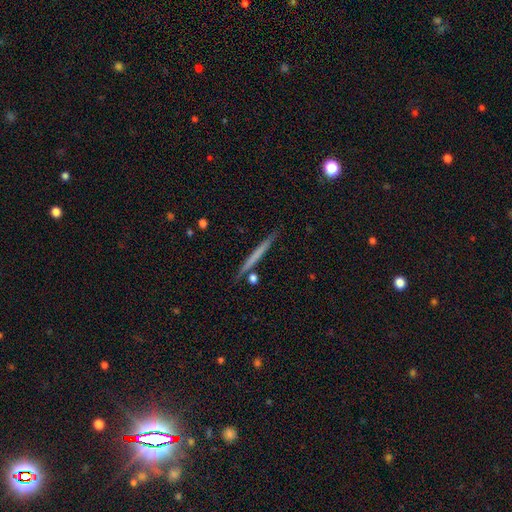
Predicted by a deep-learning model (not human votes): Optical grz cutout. It shows a smooth galaxy with no disk features (53%) that is cigar-shaped (96%). Merging: none (87%).